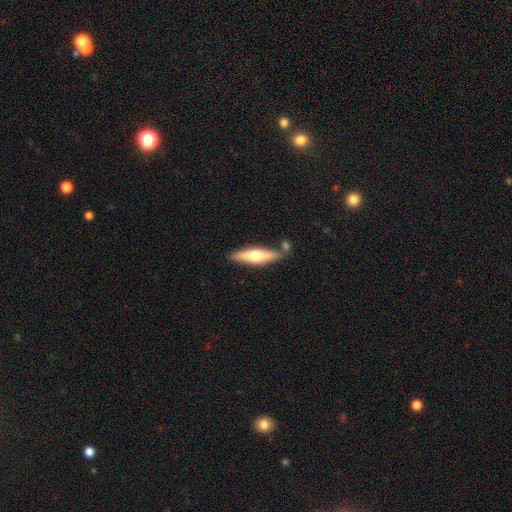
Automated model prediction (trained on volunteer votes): Smooth or featured? Predicted: smooth (p=0.53). How rounded? Predicted: cigar-shaped (p=0.75). Merging? Predicted: none (p=0.74).